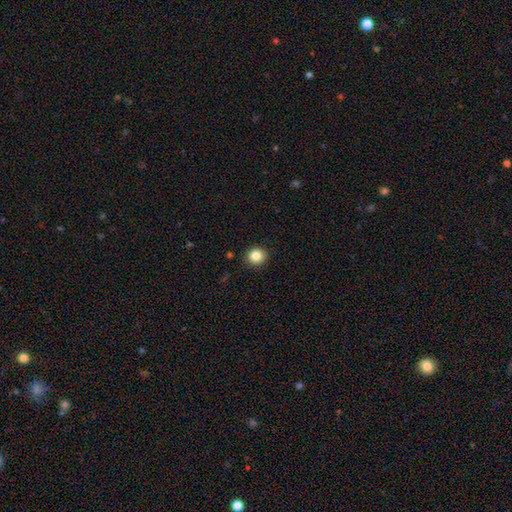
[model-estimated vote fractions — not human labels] Overall: smooth (84%). How rounded: round (88%). Merging: none (91%).